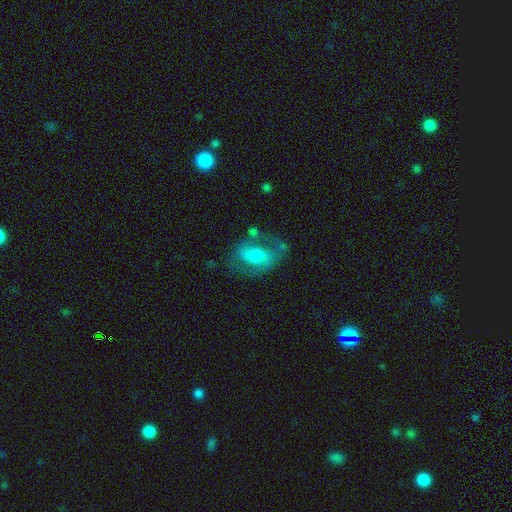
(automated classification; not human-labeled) Overall: featured or disk (53%; smooth 40%). Edge-on disk: no (94%). Bar: no (45%; weak 36%). Spiral arms: yes (59%; no 41%). Bulge size: moderate (59%; small 19%). Merging: none (52%; minor disturbance 23%).